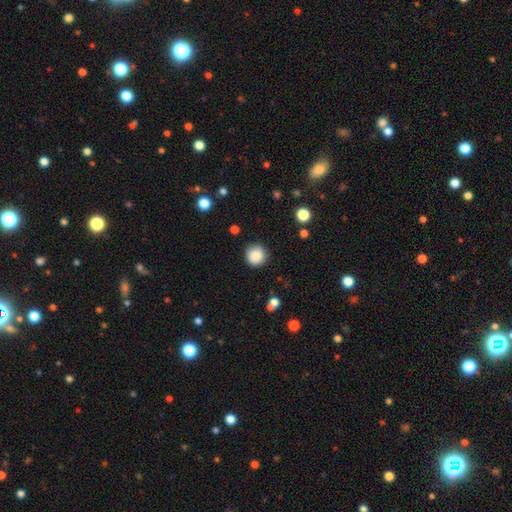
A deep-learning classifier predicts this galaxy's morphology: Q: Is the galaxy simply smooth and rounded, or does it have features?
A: smooth — 87%.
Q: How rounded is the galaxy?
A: round — 93%.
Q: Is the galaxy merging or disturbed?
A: none — 87%.